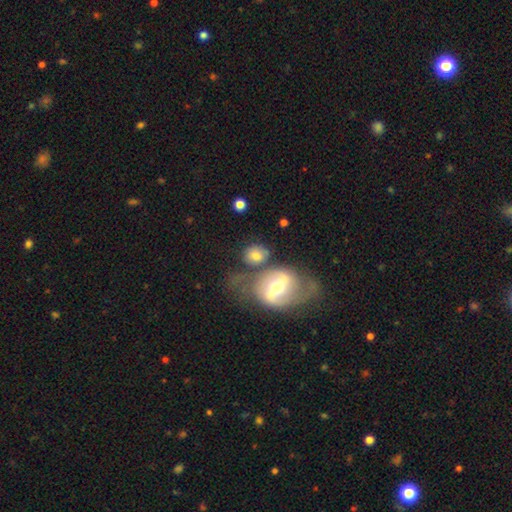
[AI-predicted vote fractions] Overall: smooth (59%; featured or disk 34%). How rounded: round (50%; in between 47%). Merging: none (51%; merger 23%).